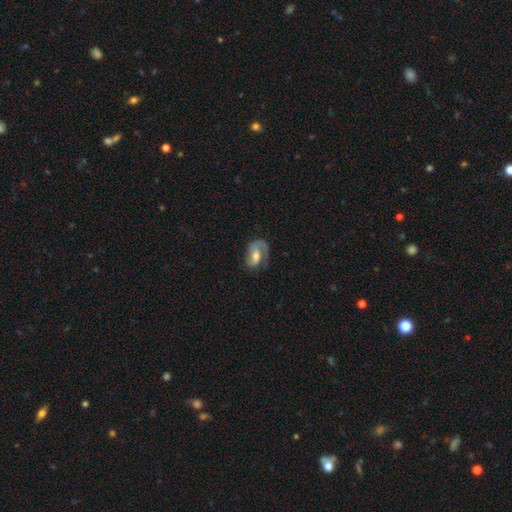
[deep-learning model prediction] smooth-or-featured: featured or disk: 71% | smooth: 23% | star or artifact: 6%
  disk-edge-on: no: 97% | yes: 3%
    bar: no: 43% | weak: 41% | strong: 16%
    has-spiral-arms: yes: 91% | no: 9%
      spiral-winding: medium: 43% | tight: 31% | loose: 26%
      spiral-arm-count: 2: 49% | 1: 42% | can't tell: 6% | 3: 1% | 4: 1% | more than 4: 1%
    bulge-size: moderate: 57% | small: 21% | large: 16% | none: 4% | dominant: 2%
  merging: none: 58% | minor disturbance: 21% | major disturbance: 19% | merger: 2%